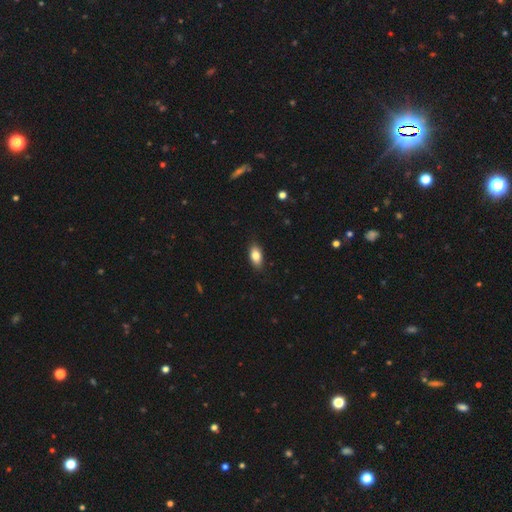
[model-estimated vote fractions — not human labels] Overall: smooth (82%). How rounded: in between (89%). Merging: none (86%).